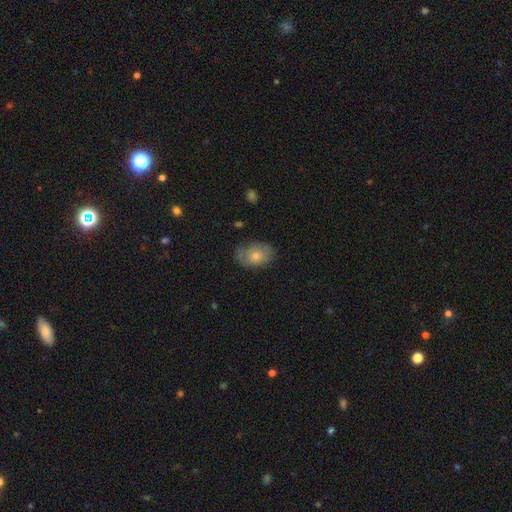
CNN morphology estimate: smooth-or-featured: smooth: 63% | featured or disk: 30% | star or artifact: 7%
  how-rounded: in between: 74% | round: 25% | cigar-shaped: 1%
  merging: none: 60% | minor disturbance: 28% | major disturbance: 10% | merger: 2%